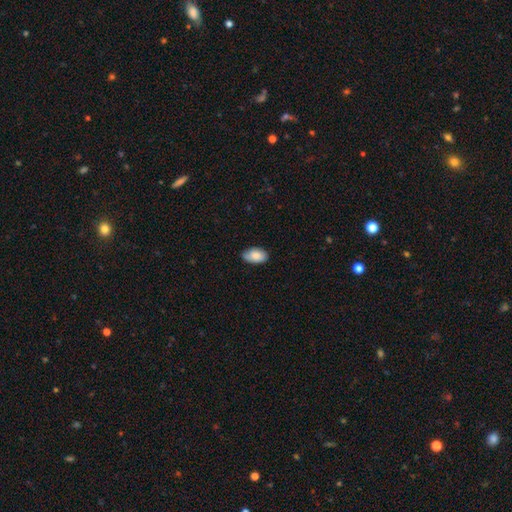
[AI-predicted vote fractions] Smooth or featured? Predicted: smooth (p=0.84). How rounded? Predicted: in between (p=0.94). Merging? Predicted: none (p=0.77).